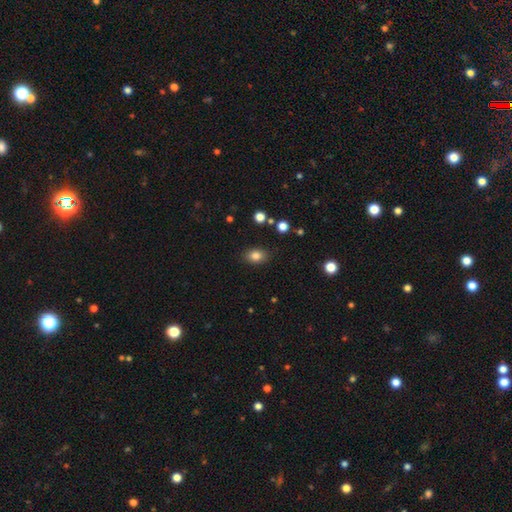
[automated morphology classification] This appears to be a smooth galaxy with no disk features (82%) that is in between round and cigar-shaped (77%). Merging: none (85%).